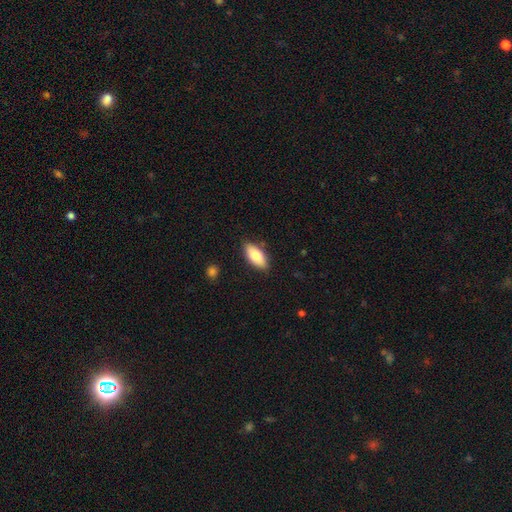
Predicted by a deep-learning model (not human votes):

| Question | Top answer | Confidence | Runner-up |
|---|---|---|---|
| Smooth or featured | smooth | 77% | featured or disk (17%) |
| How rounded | in between | 85% | cigar-shaped (12%) |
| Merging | none | 85% | minor disturbance (11%) |